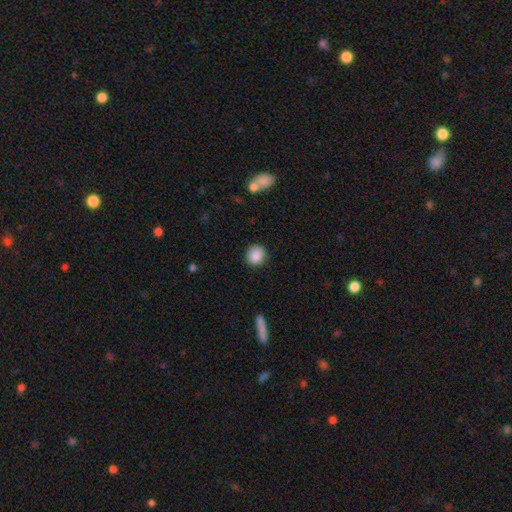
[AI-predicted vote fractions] smooth 87%, star or artifact 8%, featured or disk 5%. Down the decision tree: how rounded — round (81%); merging — none (85%).